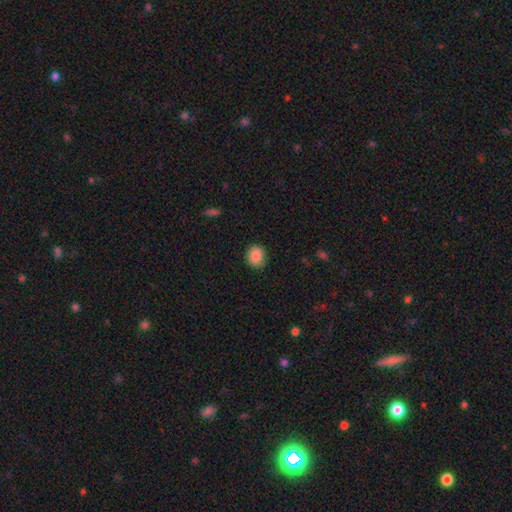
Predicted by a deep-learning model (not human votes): Smooth or featured? smooth (88%)
How rounded? round (65%)
Merging? none (81%)